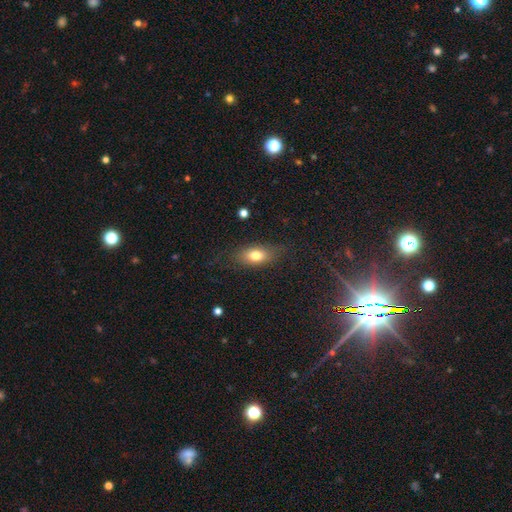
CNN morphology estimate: Smooth or featured? Predicted: smooth (p=0.76). How rounded? Predicted: in between (p=0.81). Merging? Predicted: none (p=0.78).